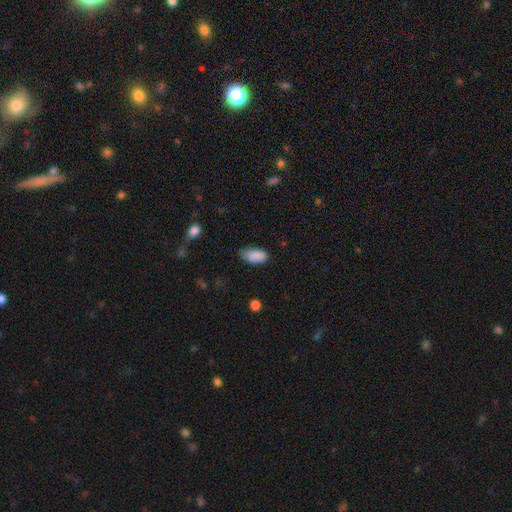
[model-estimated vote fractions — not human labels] A smooth galaxy with no disk features (88%) that is in between round and cigar-shaped (93%). Merging: none (62%).